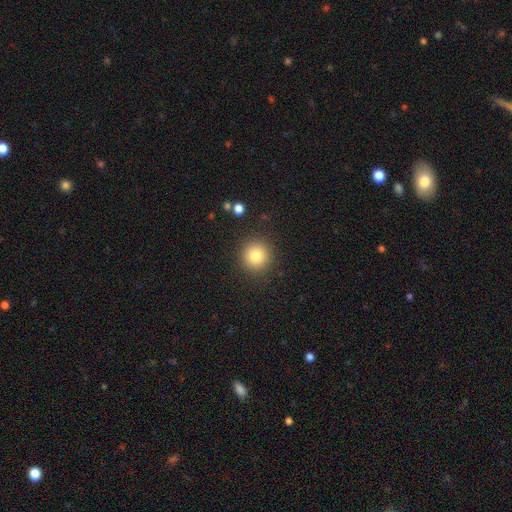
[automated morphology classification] Q: Smooth or featured?
A: smooth (80%); runner-up: star or artifact (12%)
Q: How rounded?
A: round (94%); runner-up: in between (6%)
Q: Merging?
A: none (90%); runner-up: minor disturbance (6%)